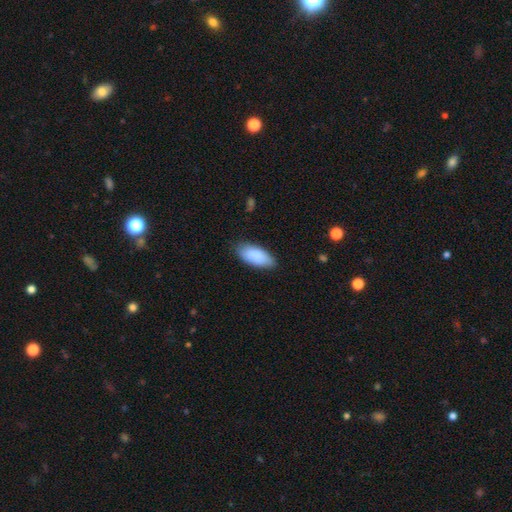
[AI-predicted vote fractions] This is clearly a smooth galaxy (89%). How rounded: clearly in between (89%). Merging: clearly none (82%).